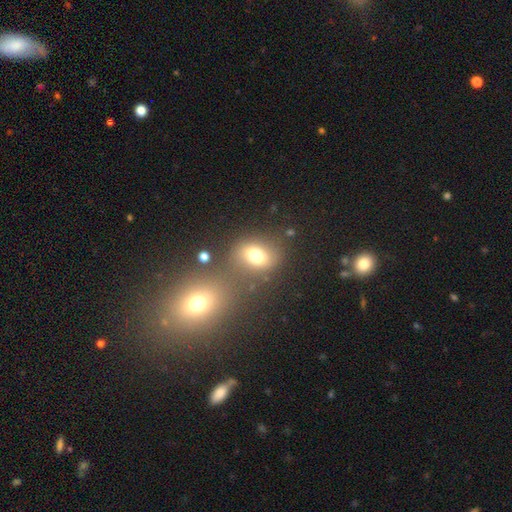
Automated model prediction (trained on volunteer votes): Overall: smooth (73%). How rounded: in between (55%; round 43%). Merging: none (64%).